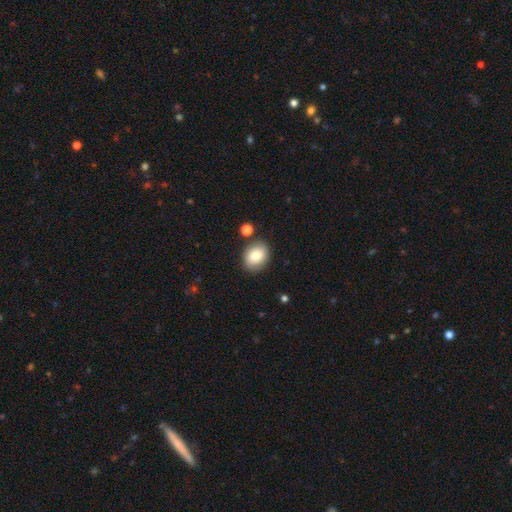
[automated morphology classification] A smooth galaxy with no disk features (80%) that is in between round and cigar-shaped (52%). Merging: none (83%).